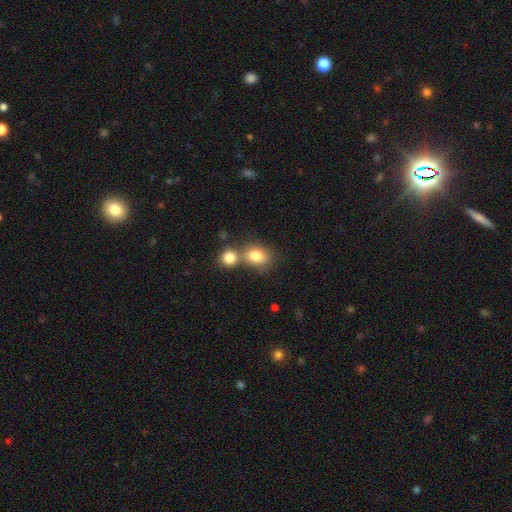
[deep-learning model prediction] Overall: smooth (81%). How rounded: in between (61%; round 37%). Merging: merger (45%; none 41%).